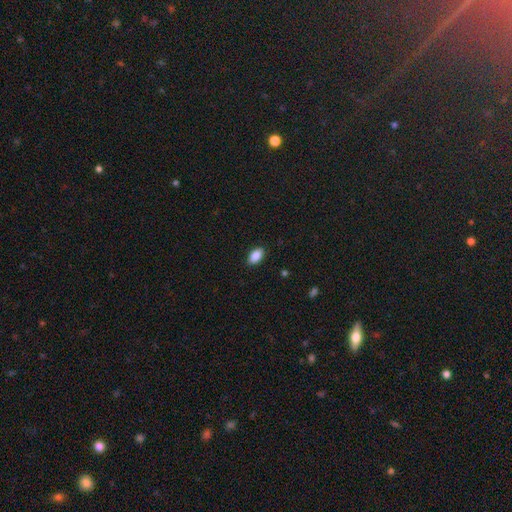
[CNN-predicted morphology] This appears to be a smooth galaxy with no disk features (88%) that is in between round and cigar-shaped (93%). Merging: none (89%).